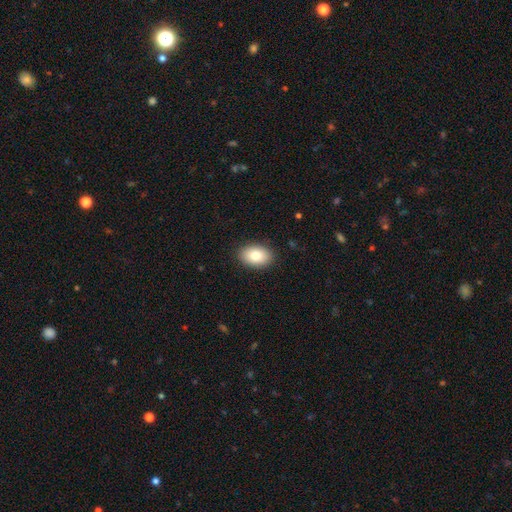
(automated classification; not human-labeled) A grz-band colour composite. It shows a smooth galaxy with no disk features (82%) that is in between round and cigar-shaped (87%). Merging: none (89%).